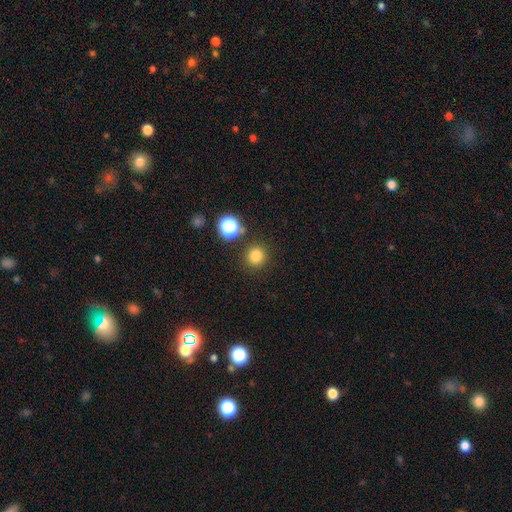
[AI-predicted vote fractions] smooth-or-featured: smooth: 80% | star or artifact: 15% | featured or disk: 5%
  how-rounded: round: 92% | in between: 7% | cigar-shaped: 1%
  merging: none: 86% | minor disturbance: 7% | merger: 4% | major disturbance: 3%